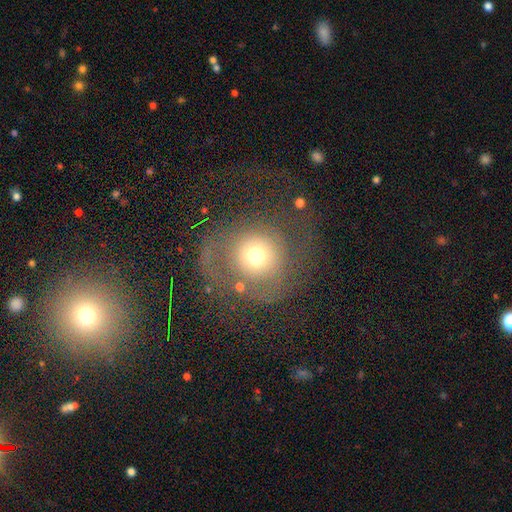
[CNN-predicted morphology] Smooth or featured?
  - smooth: 54% *
  - featured or disk: 31%
  - star or artifact: 14%
How rounded?
  - round: 90% *
  - in between: 9%
  - cigar-shaped: 1%
Merging?
  - none: 46% *
  - major disturbance: 36%
  - minor disturbance: 15%
  - merger: 3%